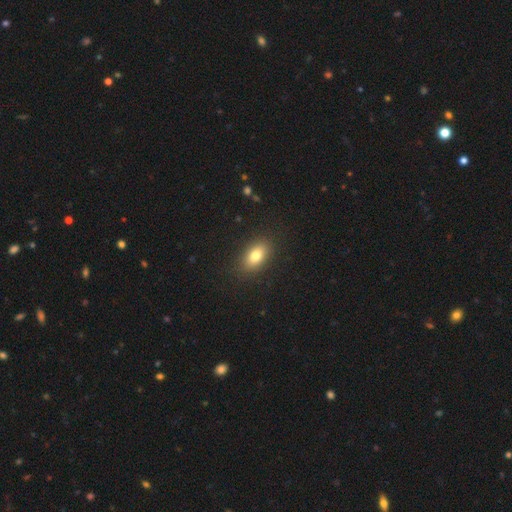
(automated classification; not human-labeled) Smooth or featured? Predicted: smooth (p=0.79). How rounded? Predicted: in between (p=0.87). Merging? Predicted: none (p=0.87).